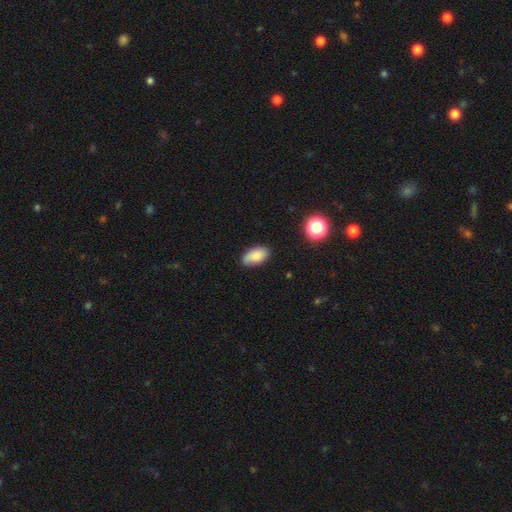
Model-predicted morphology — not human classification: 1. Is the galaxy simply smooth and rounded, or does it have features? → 82% smooth, 9% featured or disk, 8% star or artifact.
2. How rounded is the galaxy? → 93% in between, 4% round, 3% cigar-shaped.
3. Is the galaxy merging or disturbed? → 80% none, 15% minor disturbance, 3% major disturbance, 2% merger.